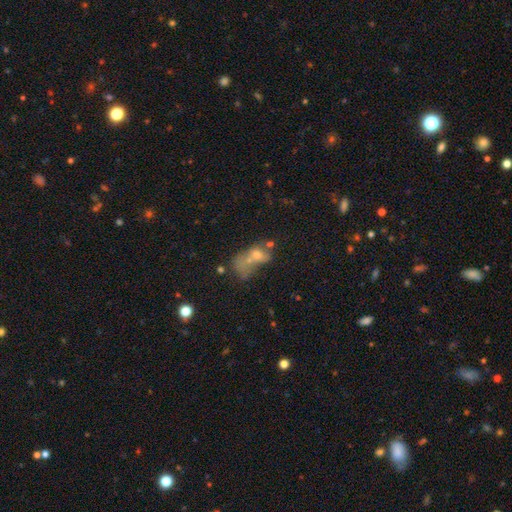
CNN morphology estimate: Overall: smooth (46%; featured or disk 32%). Merging: merger (37%; major disturbance 30%).